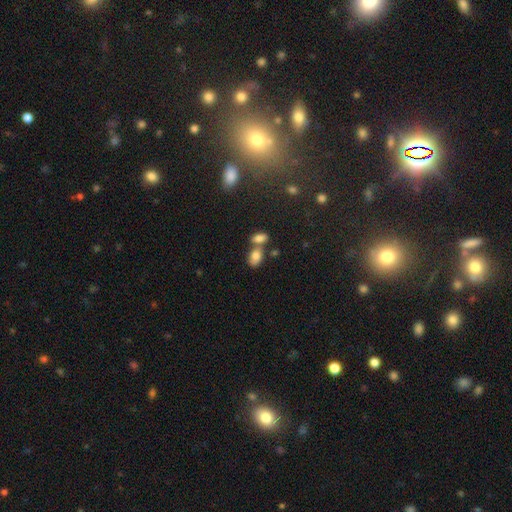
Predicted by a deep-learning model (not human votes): Smooth or featured?
  - smooth: 80% *
  - star or artifact: 10%
  - featured or disk: 10%
How rounded?
  - in between: 86% *
  - round: 12%
  - cigar-shaped: 2%
Merging?
  - merger: 45% *
  - none: 40%
  - minor disturbance: 11%
  - major disturbance: 4%